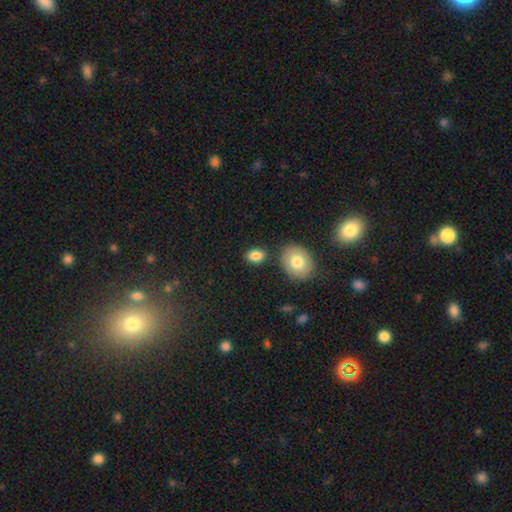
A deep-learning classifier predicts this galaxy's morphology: smooth-or-featured: smooth: 85% | star or artifact: 8% | featured or disk: 7%
  how-rounded: in between: 75% | round: 24% | cigar-shaped: 1%
  merging: none: 78% | minor disturbance: 12% | merger: 7% | major disturbance: 3%